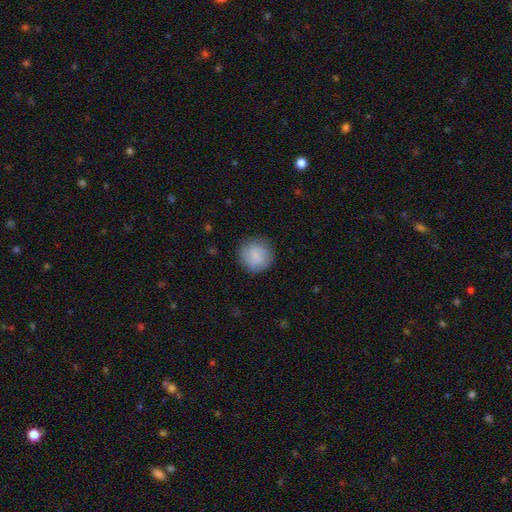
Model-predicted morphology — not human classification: A smooth galaxy with no disk features (82%) that is round (93%). Merging: none (85%).